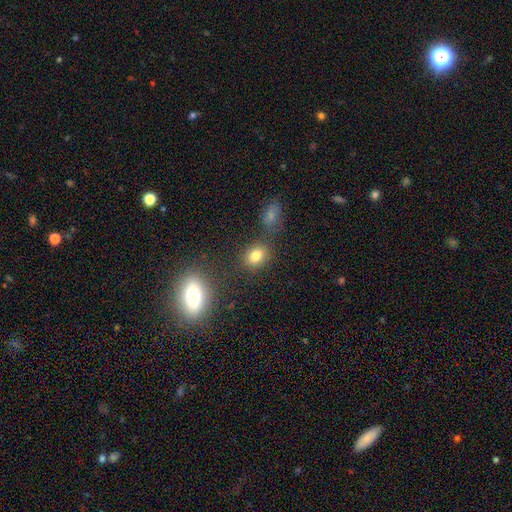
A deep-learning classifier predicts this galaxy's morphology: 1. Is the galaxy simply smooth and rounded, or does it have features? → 79% smooth, 13% star or artifact, 8% featured or disk.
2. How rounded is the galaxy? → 54% in between, 44% round, 2% cigar-shaped.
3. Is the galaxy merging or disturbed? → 75% none, 12% minor disturbance, 9% merger, 4% major disturbance.